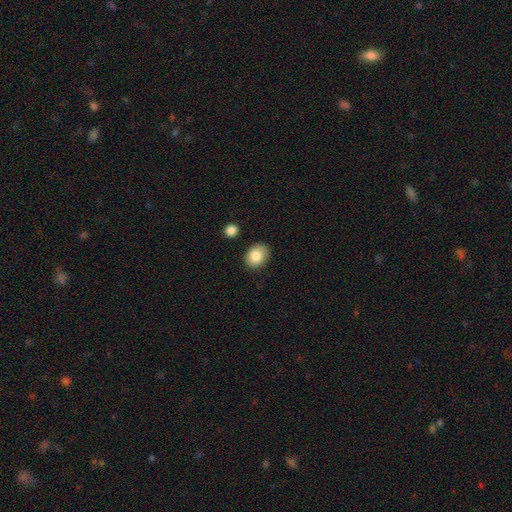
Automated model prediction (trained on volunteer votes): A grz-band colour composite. It shows a smooth galaxy with no disk features (84%) that is in between round and cigar-shaped (57%). Merging: none (84%).